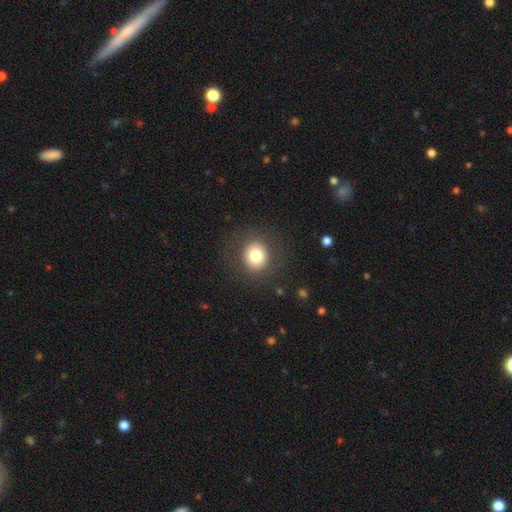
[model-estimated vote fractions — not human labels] The model was most divided on "smooth or featured": smooth: 78%, featured or disk: 11%, star or artifact: 11%. More confident: how rounded — round (88%); merging — none (86%).